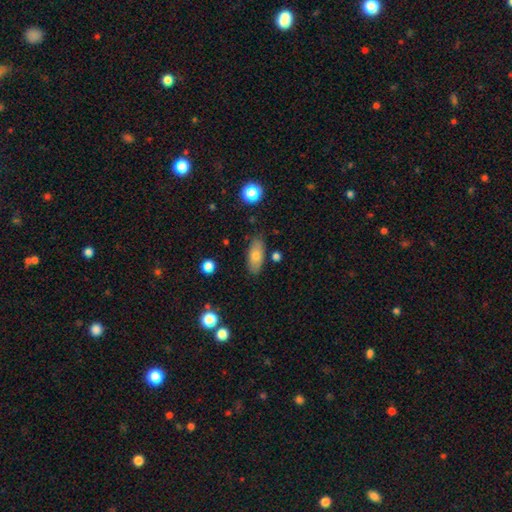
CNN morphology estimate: This appears to be a smooth galaxy with no disk features (74%) that is in between round and cigar-shaped (85%). Merging: none (82%).